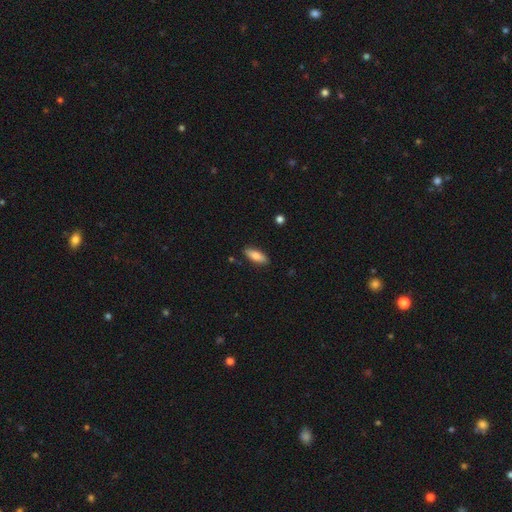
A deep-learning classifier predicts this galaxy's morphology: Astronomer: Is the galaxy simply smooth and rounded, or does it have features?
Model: smooth — 78%.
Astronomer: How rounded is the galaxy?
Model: in between — 64%.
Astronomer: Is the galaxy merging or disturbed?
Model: none — 87%.